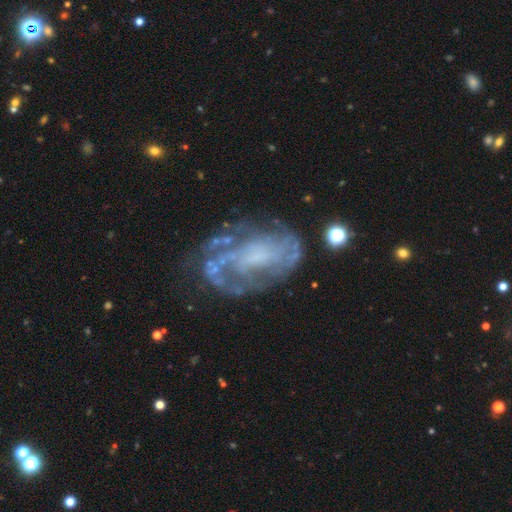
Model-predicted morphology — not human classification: Smooth or featured? Predicted: featured or disk (p=0.81). Edge-on disk? Predicted: no (p=0.96). Bar? Predicted: no (p=0.61). Spiral arms? Predicted: yes (p=0.82). Spiral winding? Predicted: tight (p=0.49). Spiral arm count? Predicted: can't tell (p=0.43). Bulge size? Predicted: none (p=0.39). Merging? Predicted: none (p=0.62).